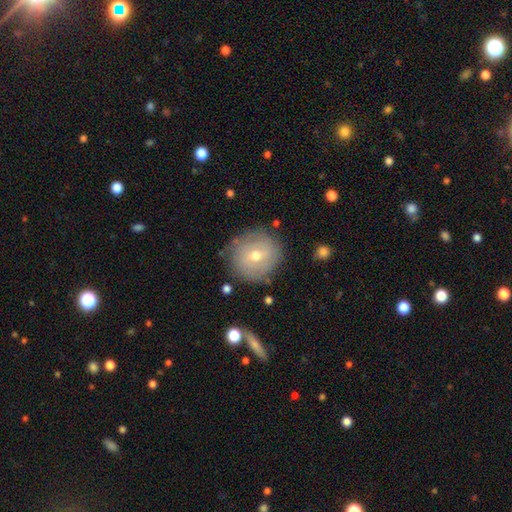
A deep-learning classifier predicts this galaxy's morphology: Smooth or featured? featured or disk (46%)
Merging? none (81%)